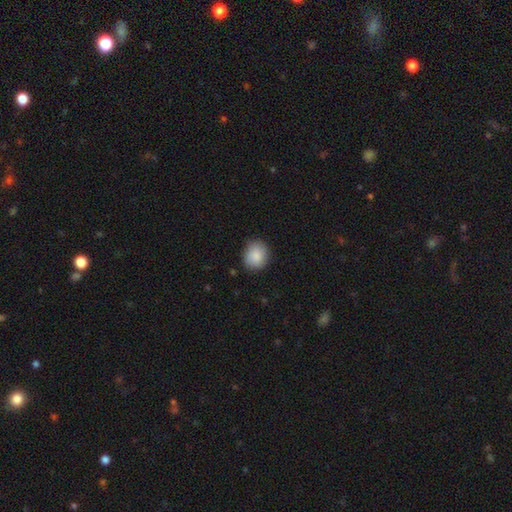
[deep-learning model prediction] Morphology: type=smooth (88%); roundness=round (71%); merging=none (82%).